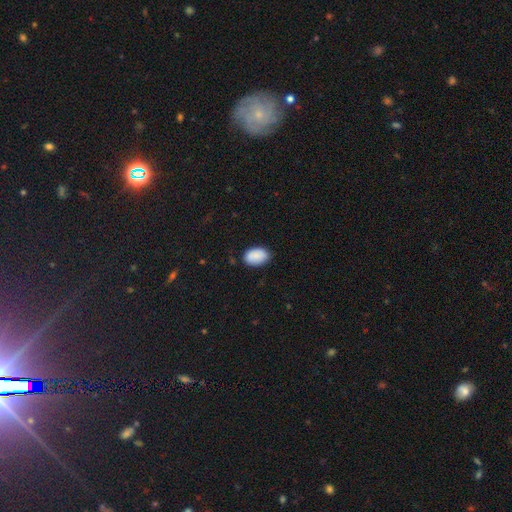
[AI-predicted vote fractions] smooth_or_featured: smooth (p=0.87) [alt: star or artifact p=0.07]
how_rounded: in between (p=0.90) [alt: round p=0.09]
merging: none (p=0.79) [alt: minor disturbance p=0.17]